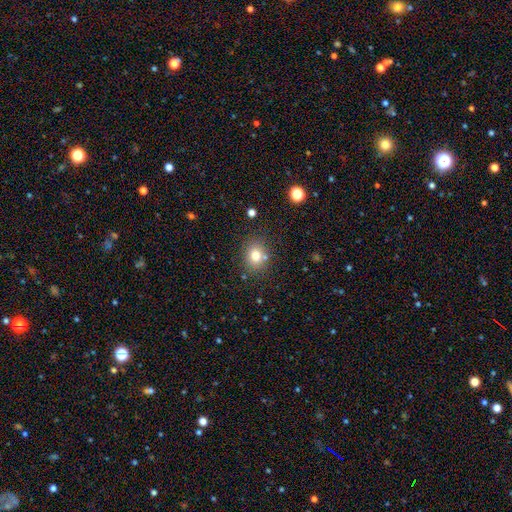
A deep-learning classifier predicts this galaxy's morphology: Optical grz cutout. It shows a smooth galaxy with no disk features (77%) that is round (58%). Merging: none (77%).